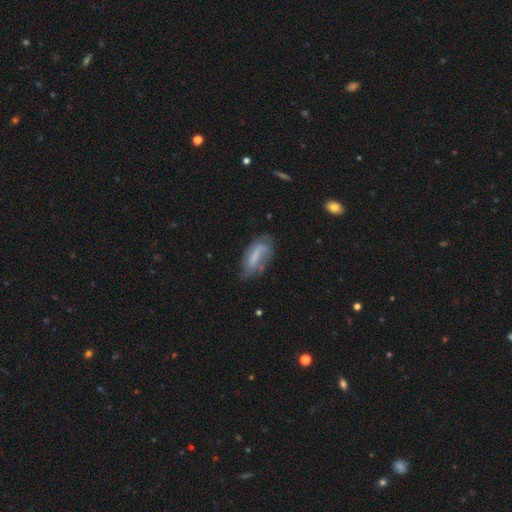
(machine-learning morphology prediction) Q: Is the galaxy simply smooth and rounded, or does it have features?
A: smooth — 49%.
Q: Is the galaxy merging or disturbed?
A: none — 49%.